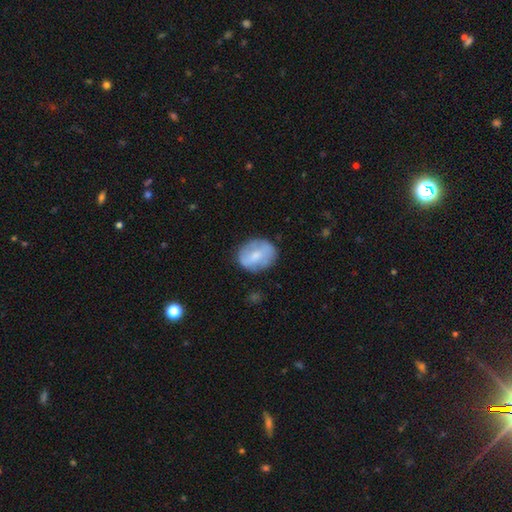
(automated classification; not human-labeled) A smooth galaxy with no disk features (55%) that is in between round and cigar-shaped (51%). Merging: none (72%).